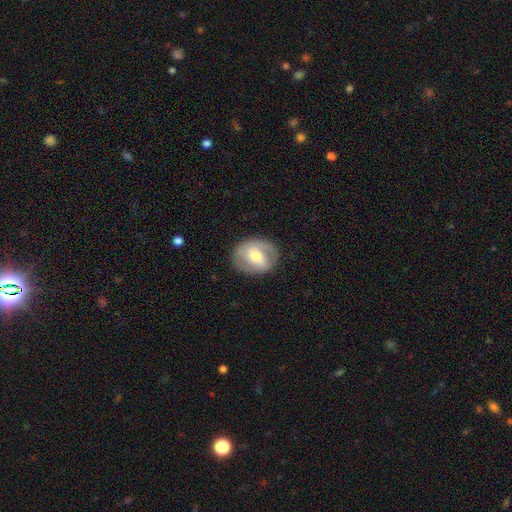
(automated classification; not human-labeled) Smooth or featured? Predicted: featured or disk (p=0.56). Edge-on disk? Predicted: no (p=0.94). Bar? Predicted: weak (p=0.38). Spiral arms? Predicted: yes (p=0.58). Bulge size? Predicted: moderate (p=0.64). Merging? Predicted: none (p=0.81).